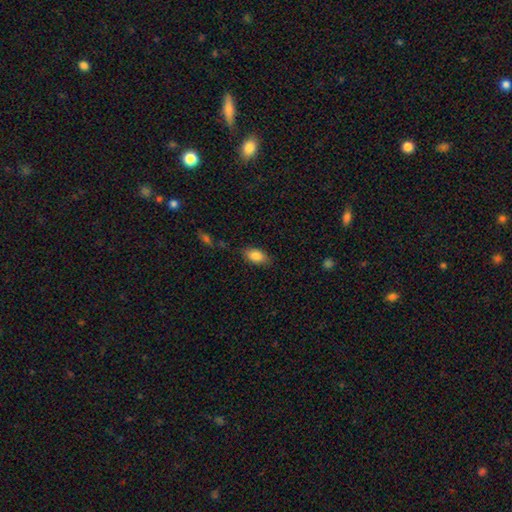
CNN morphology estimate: This appears to be a smooth galaxy with no disk features (86%) that is in between round and cigar-shaped (91%). Merging: none (80%).